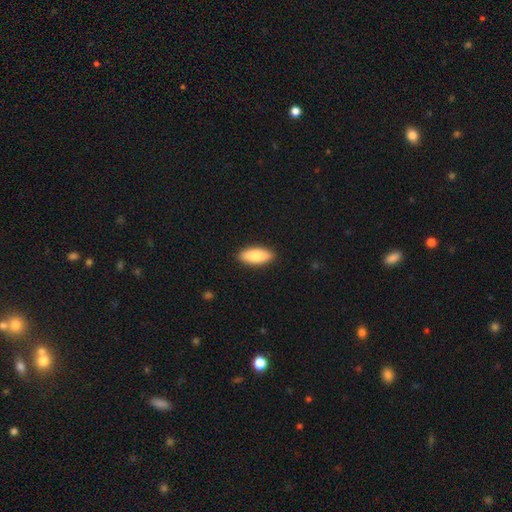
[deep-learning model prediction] Overall: smooth (83%). How rounded: in between (83%). Merging: none (90%).